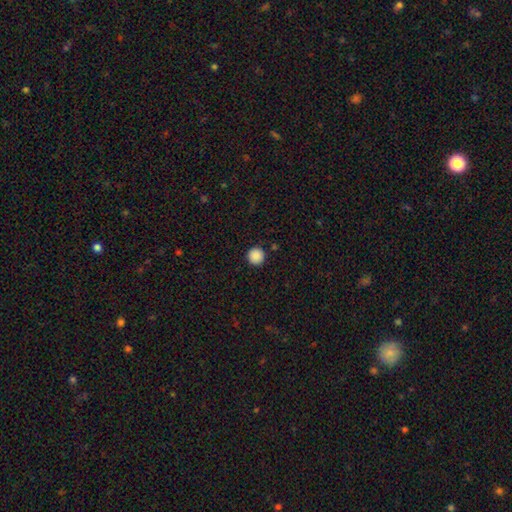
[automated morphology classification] smooth-or-featured: smooth: 88% | star or artifact: 9% | featured or disk: 2%
  how-rounded: round: 96% | in between: 3% | cigar-shaped: 1%
  merging: none: 92% | minor disturbance: 5% | major disturbance: 2% | merger: 1%